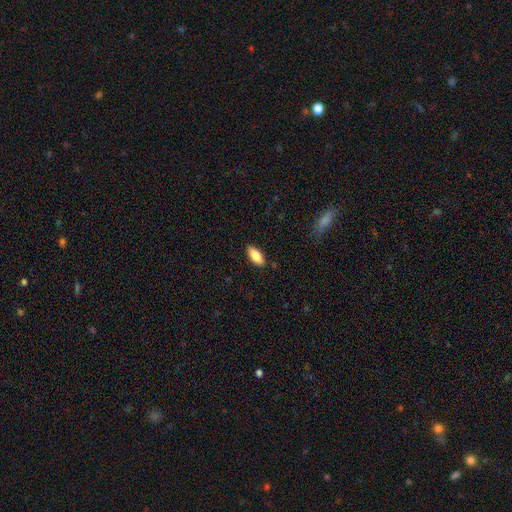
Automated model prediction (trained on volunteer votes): Smooth or featured? smooth (85%)
How rounded? in between (85%)
Merging? none (88%)